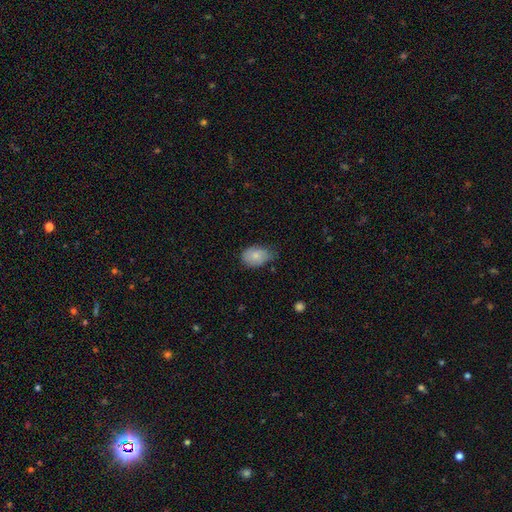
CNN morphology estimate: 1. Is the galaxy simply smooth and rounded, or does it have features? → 79% smooth, 14% featured or disk, 7% star or artifact.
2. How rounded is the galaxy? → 84% in between, 15% round, 1% cigar-shaped.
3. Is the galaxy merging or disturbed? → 51% none, 40% minor disturbance, 8% major disturbance, 2% merger.